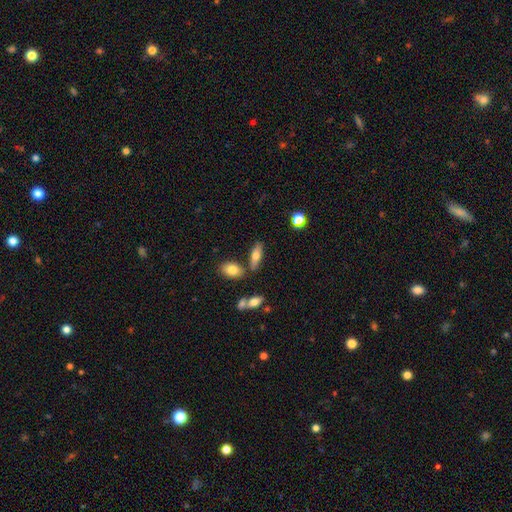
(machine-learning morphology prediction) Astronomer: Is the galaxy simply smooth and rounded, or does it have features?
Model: smooth — 57% (runner-up: featured or disk, 35%).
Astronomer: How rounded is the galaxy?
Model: in between — 56% (runner-up: cigar-shaped, 40%).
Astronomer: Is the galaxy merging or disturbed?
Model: none — 74%.